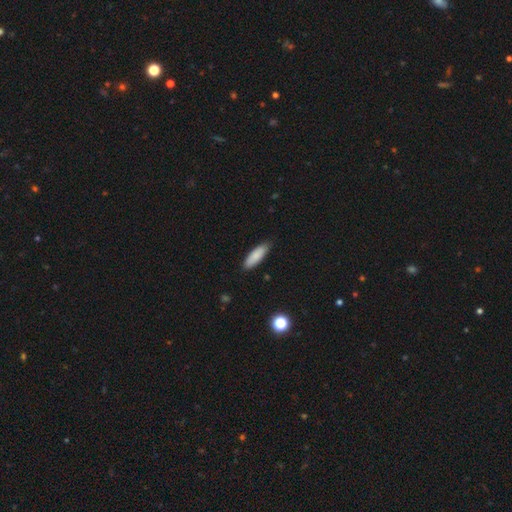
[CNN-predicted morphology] A smooth galaxy with no disk features (85%) that is in between round and cigar-shaped (53%). Merging: none (84%).